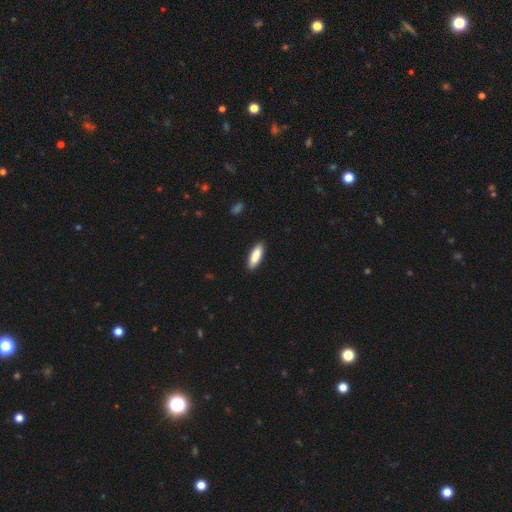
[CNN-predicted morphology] A smooth galaxy with no disk features (88%) that is in between round and cigar-shaped (57%). Merging: none (89%).